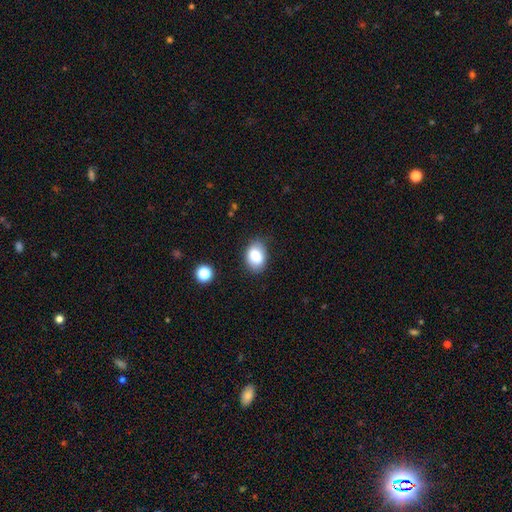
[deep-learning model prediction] Smooth or featured? smooth (83%)
How rounded? in between (80%)
Merging? none (78%)